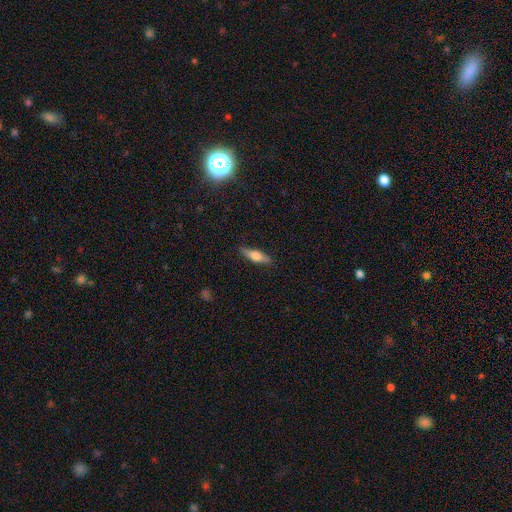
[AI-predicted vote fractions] Smooth or featured? Predicted: smooth (p=0.58). How rounded? Predicted: cigar-shaped (p=0.59). Merging? Predicted: none (p=0.87).